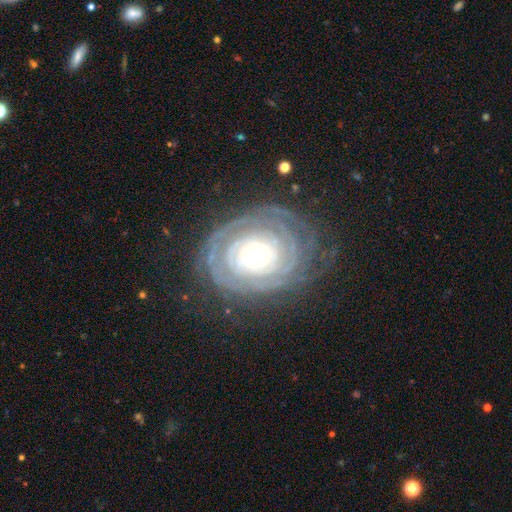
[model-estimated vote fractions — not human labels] The model was most divided on "bulge size": small: 53%, moderate: 36%, large: 7%, dominant: 2%, none: 1%. Remaining: edge-on disk — no (96%); spiral arms — yes (92%); spiral winding — tight (84%); smooth or featured — featured or disk (84%); bar — no (82%); merging — none (74%); spiral arm count — can't tell (39%).